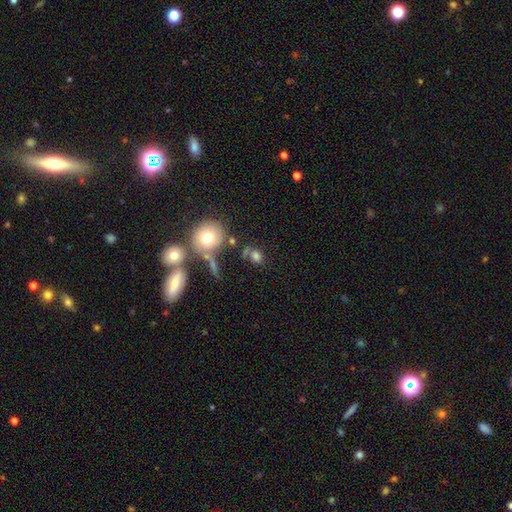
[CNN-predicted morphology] type=smooth (74%); roundness=in between (50%); merging=none (55%).